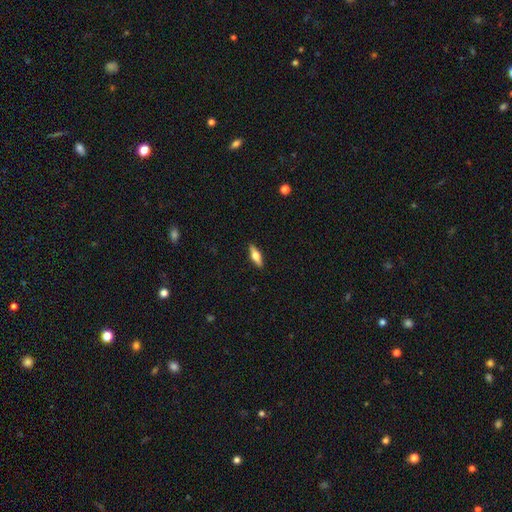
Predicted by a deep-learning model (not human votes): Overall: smooth (47%; featured or disk 46%). Merging: none (89%).